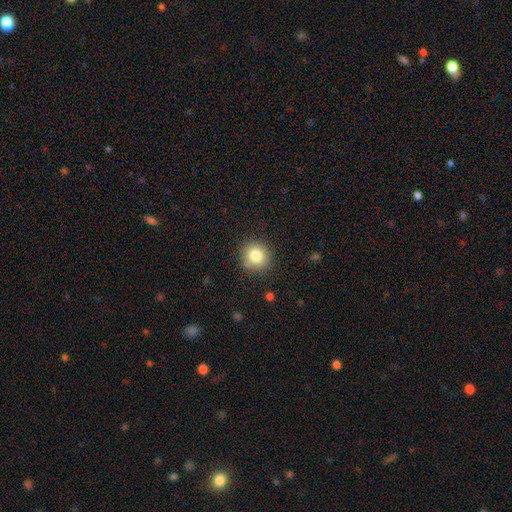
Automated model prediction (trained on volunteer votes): smooth 81%, star or artifact 10%, featured or disk 8%. Down the decision tree: how rounded — round (87%); merging — none (86%).